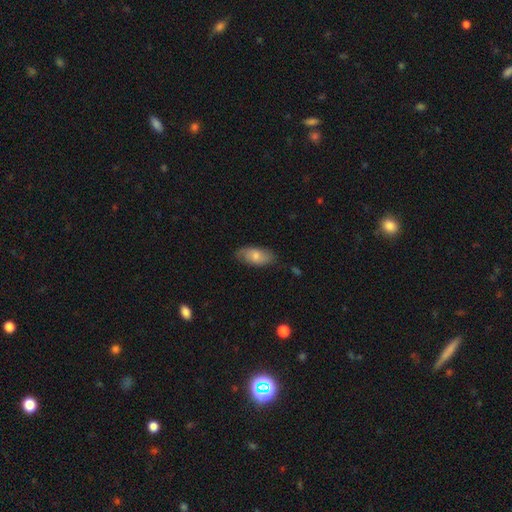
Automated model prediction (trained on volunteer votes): smooth-or-featured: smooth: 65% | featured or disk: 27% | star or artifact: 7%
  how-rounded: in between: 89% | cigar-shaped: 7% | round: 3%
  merging: none: 77% | minor disturbance: 18% | major disturbance: 3% | merger: 1%